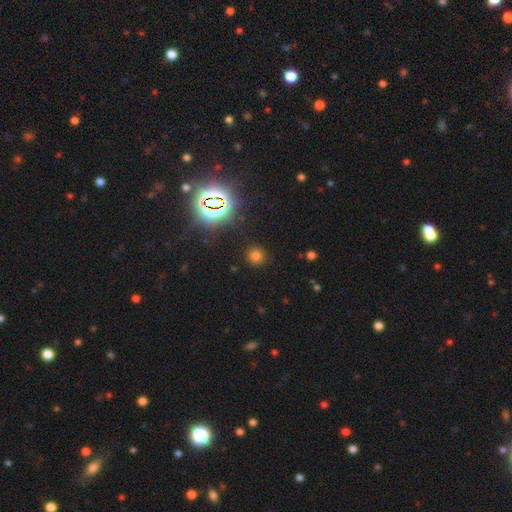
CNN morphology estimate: smooth 69%, star or artifact 25%, featured or disk 5%. Down the decision tree: how rounded — round (92%); merging — none (88%).